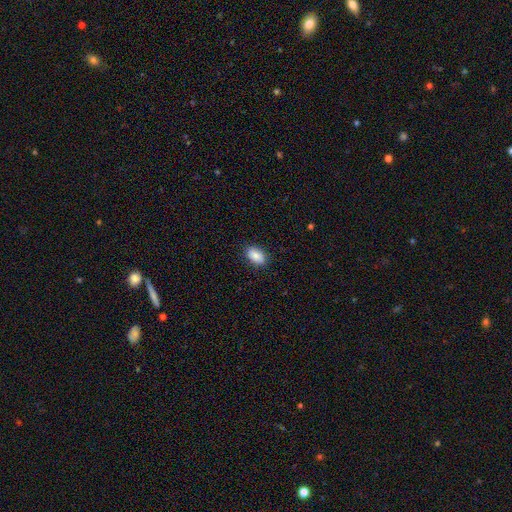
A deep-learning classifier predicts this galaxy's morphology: smooth_or_featured: smooth (p=0.83) [alt: featured or disk p=0.09]
how_rounded: in between (p=0.89) [alt: round p=0.10]
merging: none (p=0.85) [alt: minor disturbance p=0.11]